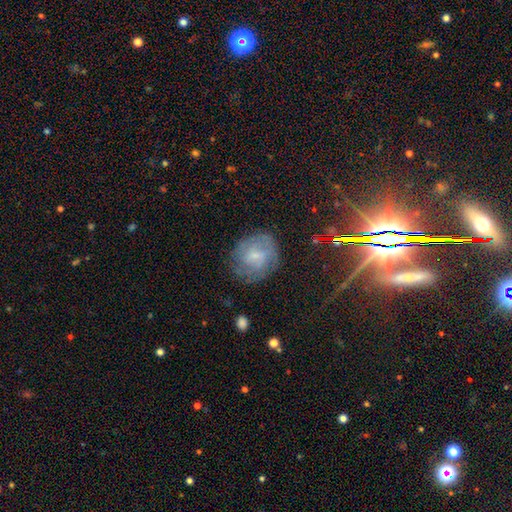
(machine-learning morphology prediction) This appears to be a featured or disk galaxy (53%) with a weak bar (49%), spiral arms (78%) and a small central bulge (60%). Merging: none (72%).